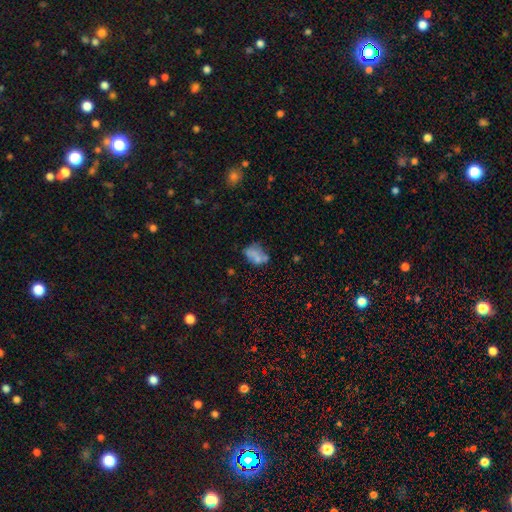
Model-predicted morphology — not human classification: This appears to be a smooth galaxy with no disk features (56%) that is in between round and cigar-shaped (76%). Merging: none (35%).